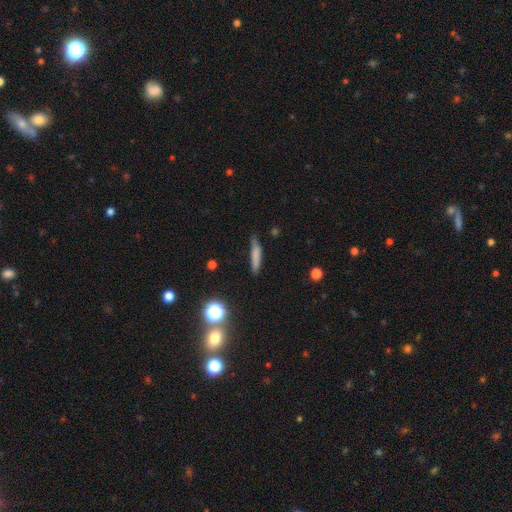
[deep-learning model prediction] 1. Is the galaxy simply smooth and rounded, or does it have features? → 73% smooth, 17% featured or disk, 9% star or artifact.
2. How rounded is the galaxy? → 87% cigar-shaped, 11% in between, 2% round.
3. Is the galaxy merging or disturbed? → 71% none, 22% minor disturbance, 5% major disturbance, 2% merger.